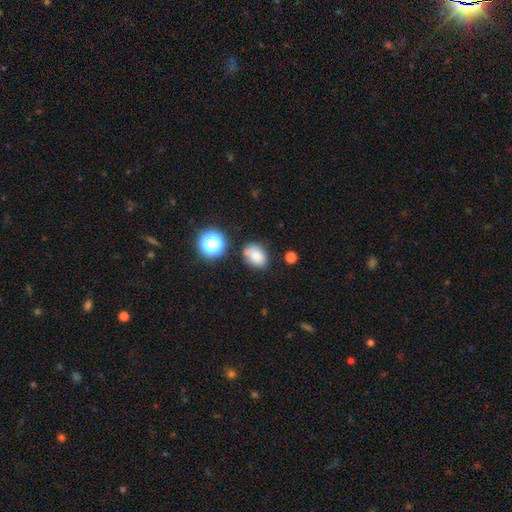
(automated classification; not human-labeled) Smooth or featured?
  - smooth: 80% *
  - star or artifact: 12%
  - featured or disk: 9%
How rounded?
  - in between: 75% *
  - round: 23%
  - cigar-shaped: 1%
Merging?
  - none: 70% *
  - minor disturbance: 19%
  - merger: 7%
  - major disturbance: 5%